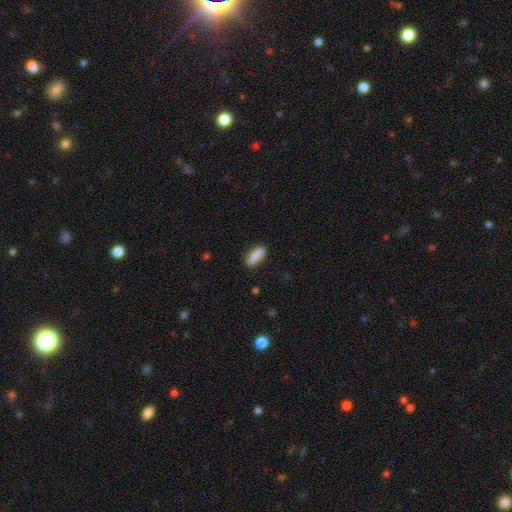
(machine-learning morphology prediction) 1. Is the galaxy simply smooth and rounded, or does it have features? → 84% smooth, 9% featured or disk, 7% star or artifact.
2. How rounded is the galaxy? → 58% in between, 40% cigar-shaped, 3% round.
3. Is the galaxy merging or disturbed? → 83% none, 12% minor disturbance, 3% major disturbance, 2% merger.